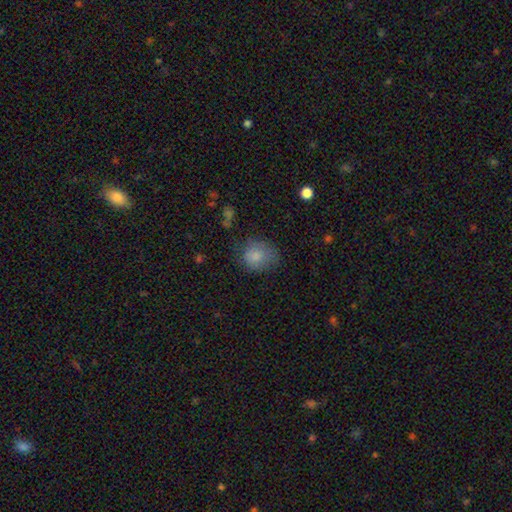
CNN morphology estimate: Smooth or featured? Predicted: smooth (p=0.81). How rounded? Predicted: round (p=0.69). Merging? Predicted: none (p=0.58).